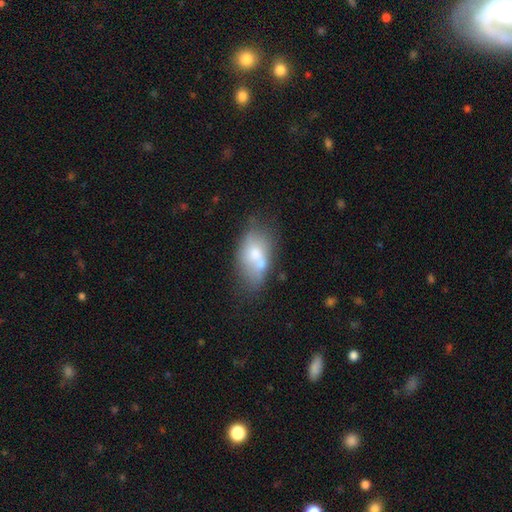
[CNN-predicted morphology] smooth_or_featured: smooth (p=0.58) [alt: featured or disk p=0.33]
how_rounded: in between (p=0.89) [alt: round p=0.08]
merging: none (p=0.35) [alt: merger p=0.27]